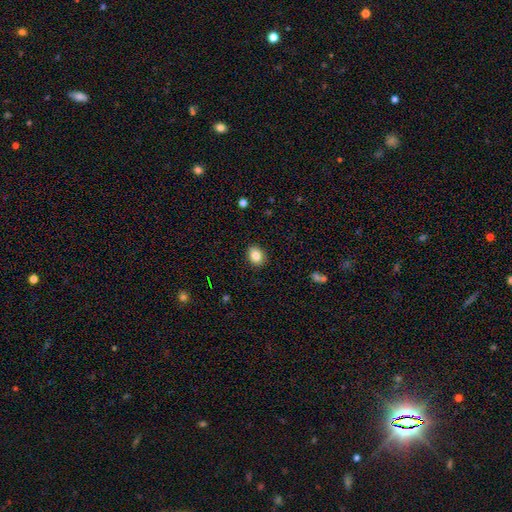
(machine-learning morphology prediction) smooth 85%, star or artifact 9%, featured or disk 6%. Down the decision tree: how rounded — in between (54%); merging — none (89%).